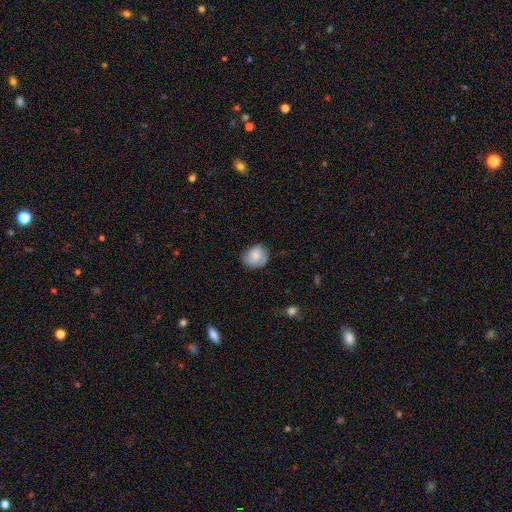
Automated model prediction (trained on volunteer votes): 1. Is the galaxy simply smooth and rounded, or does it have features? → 69% smooth, 23% featured or disk, 8% star or artifact.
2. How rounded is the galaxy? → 67% round, 32% in between, 1% cigar-shaped.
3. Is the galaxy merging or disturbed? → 66% none, 26% minor disturbance, 7% major disturbance, 1% merger.